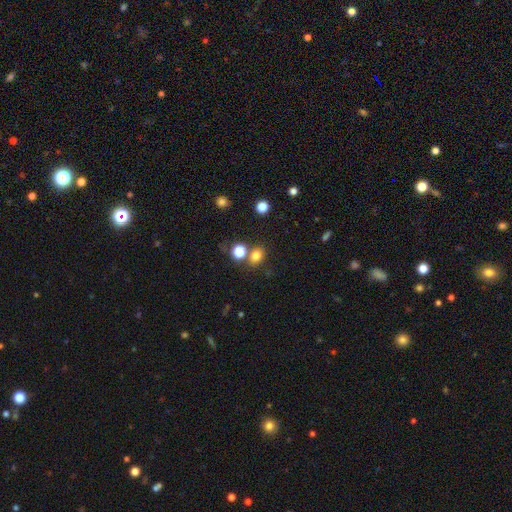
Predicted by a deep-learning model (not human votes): A smooth galaxy with no disk features (77%) that is round (53%). Merging: none (68%).